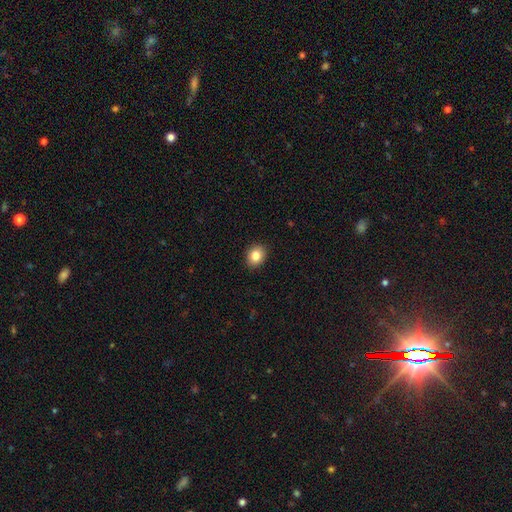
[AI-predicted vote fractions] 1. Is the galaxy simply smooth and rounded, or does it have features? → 84% smooth, 9% star or artifact, 6% featured or disk.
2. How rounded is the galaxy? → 55% round, 45% in between, 1% cigar-shaped.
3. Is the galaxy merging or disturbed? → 90% none, 7% minor disturbance, 2% major disturbance, 1% merger.